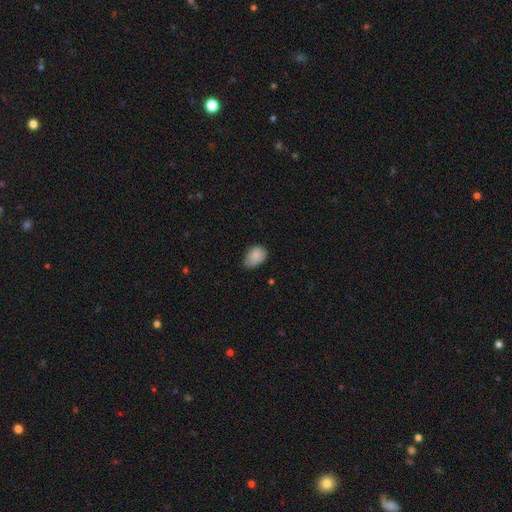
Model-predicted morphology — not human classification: This appears to be a smooth galaxy with no disk features (87%) that is in between round and cigar-shaped (83%). Merging: none (59%).